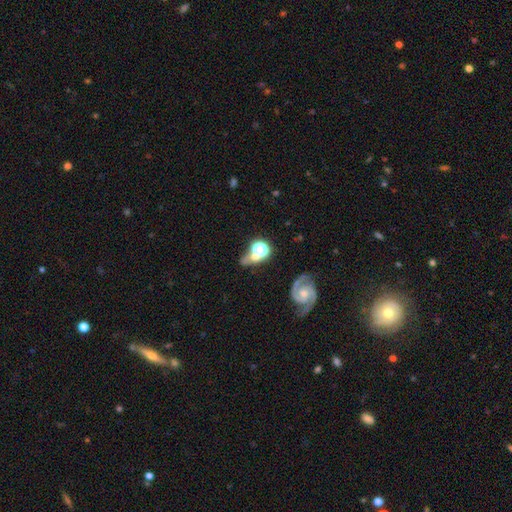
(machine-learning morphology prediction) This is marginally a smooth galaxy (43%). Merging: possibly none (50%).